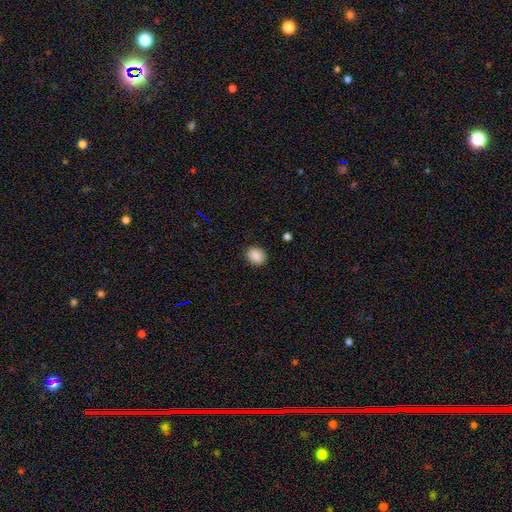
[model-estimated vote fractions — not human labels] Smooth or featured: smooth — 89% (star or artifact — 8%)
How rounded: round — 50% (in between — 49%)
Merging: none — 88% (minor disturbance — 8%)